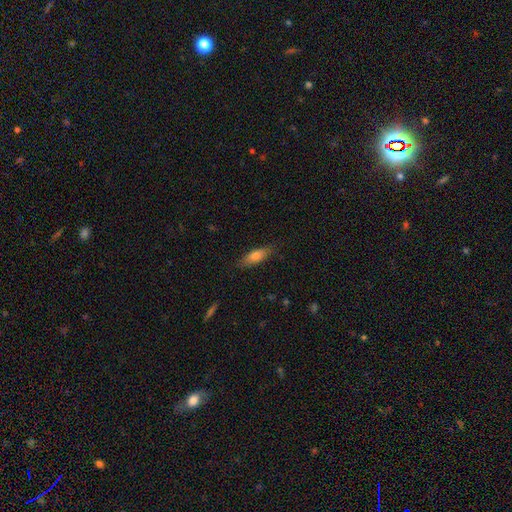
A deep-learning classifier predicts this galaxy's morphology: smooth_or_featured: smooth (p=0.71) [alt: featured or disk p=0.22]
how_rounded: in between (p=0.52) [alt: cigar-shaped p=0.45]
merging: none (p=0.82) [alt: minor disturbance p=0.14]